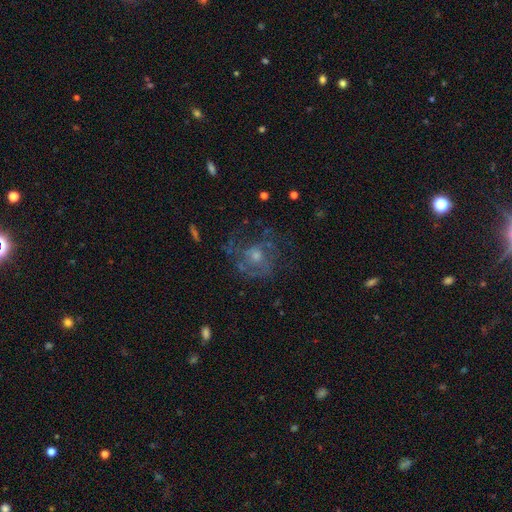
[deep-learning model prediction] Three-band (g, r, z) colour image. It shows a featured or disk galaxy (65%) with no bar (81%), spiral arms (68%) and a moderate central bulge (53%). Merging: none (57%).